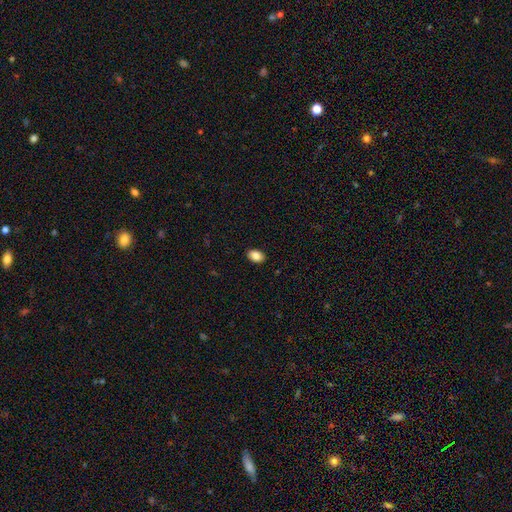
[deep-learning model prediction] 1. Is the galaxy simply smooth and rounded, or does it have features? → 87% smooth, 8% star or artifact, 5% featured or disk.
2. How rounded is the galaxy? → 83% in between, 16% round, 1% cigar-shaped.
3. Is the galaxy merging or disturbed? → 90% none, 8% minor disturbance, 2% major disturbance, 1% merger.